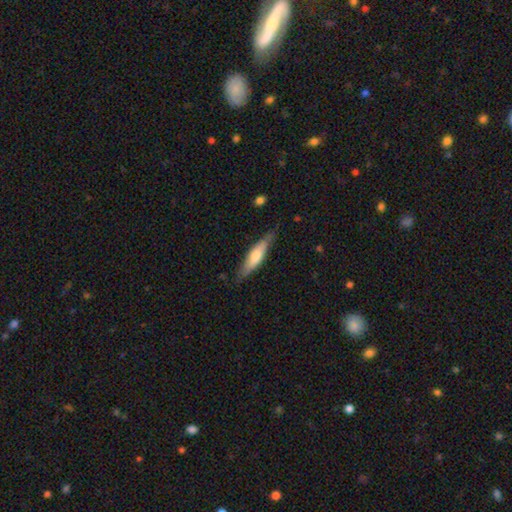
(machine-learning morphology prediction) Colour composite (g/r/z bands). It shows a smooth galaxy with no disk features (57%) that is cigar-shaped (72%). Merging: none (78%).